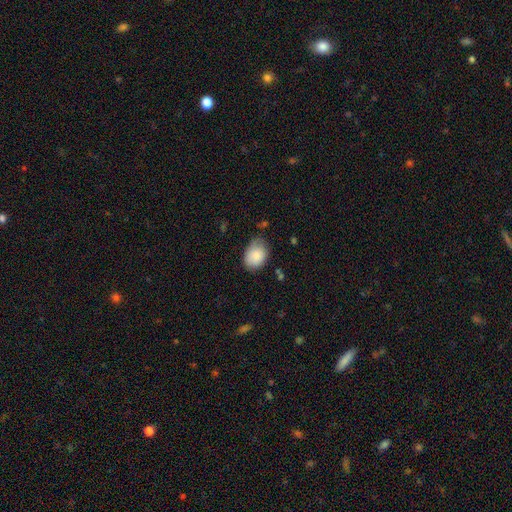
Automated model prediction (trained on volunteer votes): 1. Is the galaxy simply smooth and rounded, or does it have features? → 84% smooth, 9% featured or disk, 7% star or artifact.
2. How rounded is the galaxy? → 73% in between, 26% round, 1% cigar-shaped.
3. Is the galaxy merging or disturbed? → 66% none, 27% minor disturbance, 5% major disturbance, 2% merger.